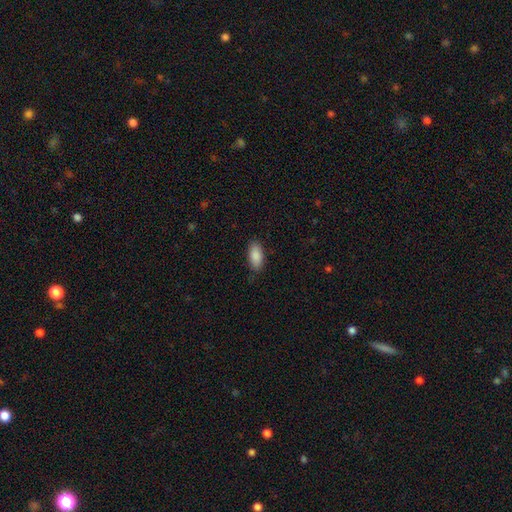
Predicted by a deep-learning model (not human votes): Smooth or featured? smooth (89%)
How rounded? in between (90%)
Merging? none (84%)